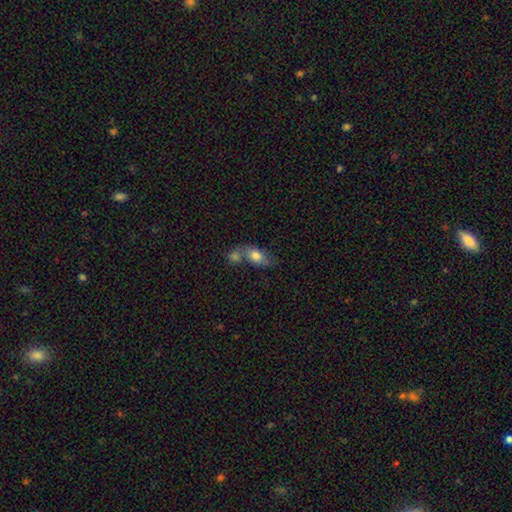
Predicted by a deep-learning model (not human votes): Morphology: type=smooth (75%); roundness=in between (80%); merging=merger (52%).